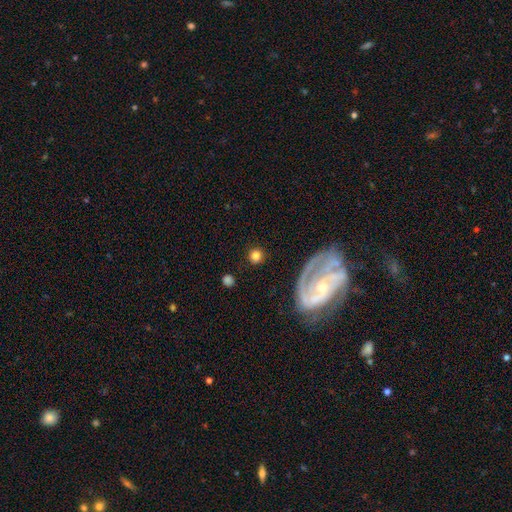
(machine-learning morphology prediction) type=smooth (76%); roundness=round (92%); merging=none (87%).